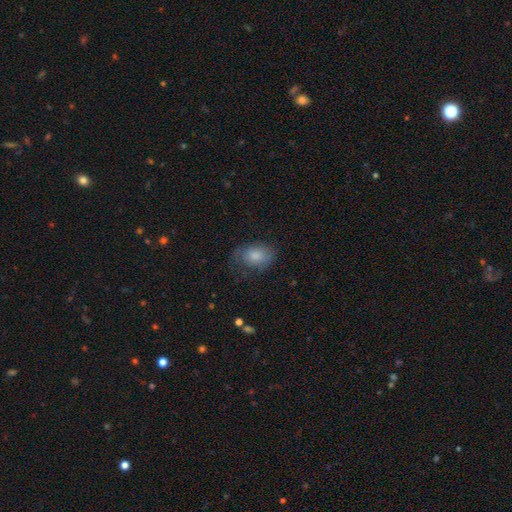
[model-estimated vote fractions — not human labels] Smooth or featured? smooth (76%)
How rounded? in between (76%)
Merging? none (54%)